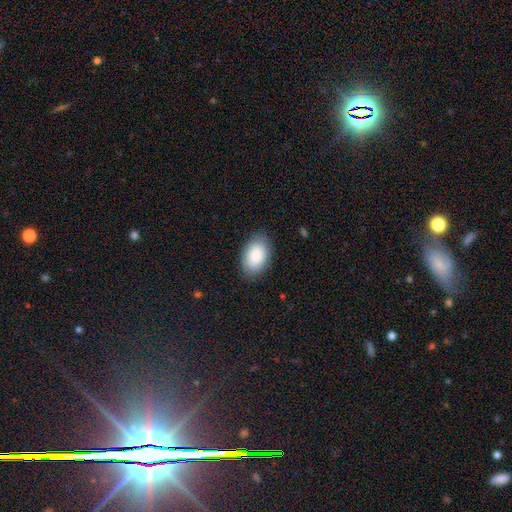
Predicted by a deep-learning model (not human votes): Morphology: type=smooth (88%); roundness=in between (91%); merging=none (84%).